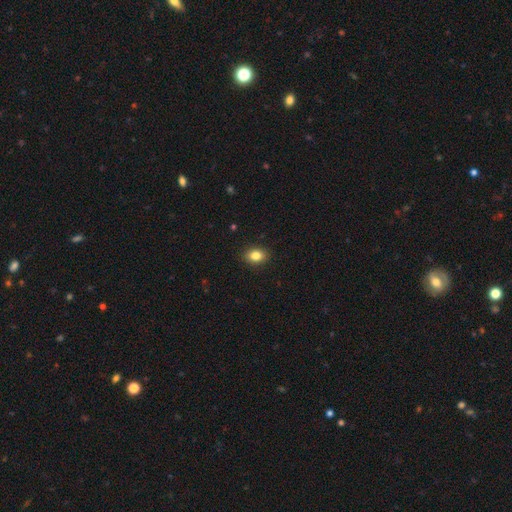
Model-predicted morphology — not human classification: type=smooth (84%); roundness=in between (71%); merging=none (90%).